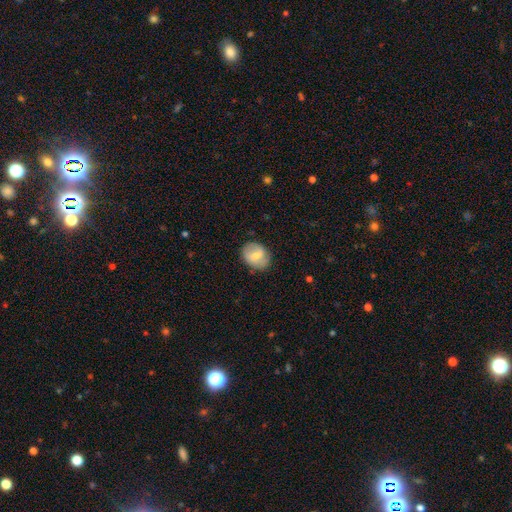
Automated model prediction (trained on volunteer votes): The model was most divided on "how rounded": in between: 57%, round: 42%, cigar-shaped: 1%. More confident: merging — none (76%); smooth or featured — smooth (62%).